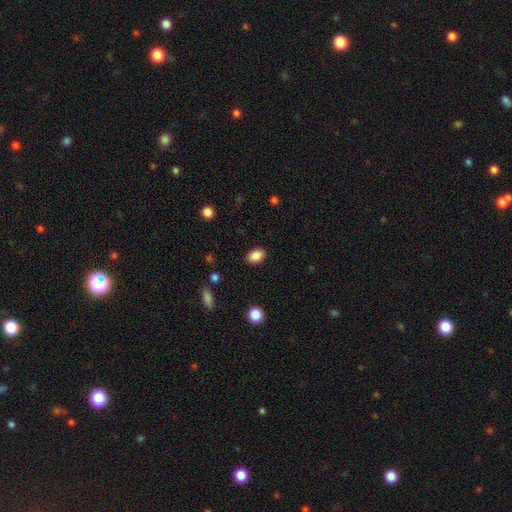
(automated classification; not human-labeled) The model was most divided on "how rounded": in between: 79%, round: 20%, cigar-shaped: 1%. More confident: merging — none (87%); smooth or featured — smooth (87%).